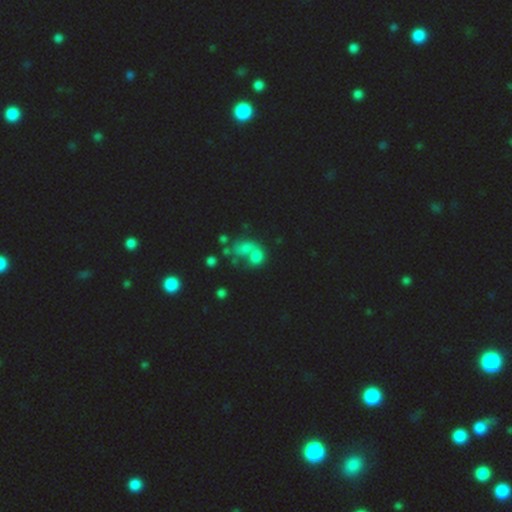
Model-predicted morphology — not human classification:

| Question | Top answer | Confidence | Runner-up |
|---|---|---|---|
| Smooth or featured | smooth | 56% | featured or disk (22%) |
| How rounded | in between | 54% | round (43%) |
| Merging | merger | 63% | none (20%) |